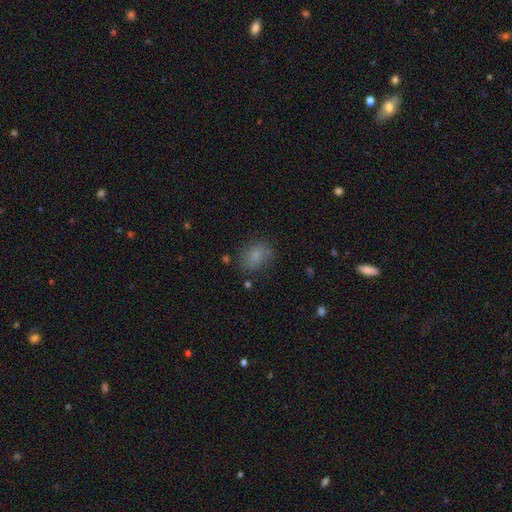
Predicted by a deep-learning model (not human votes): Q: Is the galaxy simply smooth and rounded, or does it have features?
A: smooth — 79%.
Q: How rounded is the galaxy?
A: in between — 68%.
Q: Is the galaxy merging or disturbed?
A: none — 73%.